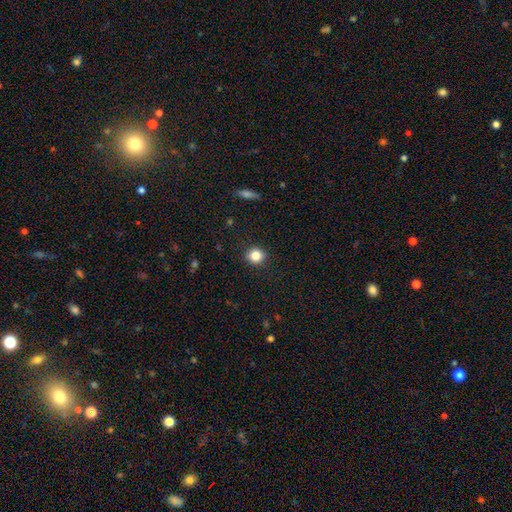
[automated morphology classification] smooth 83%, star or artifact 11%, featured or disk 6%. Down the decision tree: how rounded — round (84%); merging — none (90%).